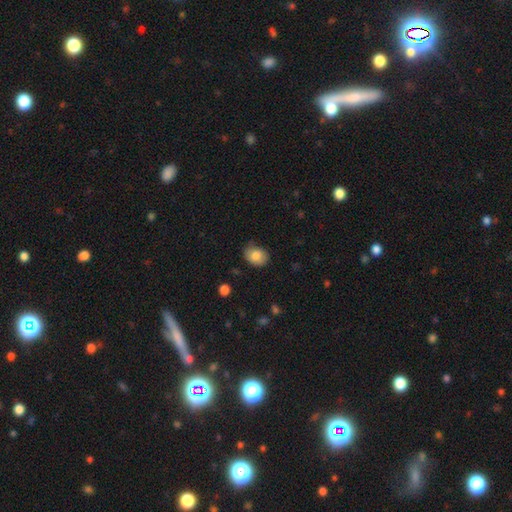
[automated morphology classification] Q: Smooth or featured?
A: smooth (82%); runner-up: featured or disk (10%)
Q: How rounded?
A: in between (61%); runner-up: round (38%)
Q: Merging?
A: none (71%); runner-up: minor disturbance (23%)